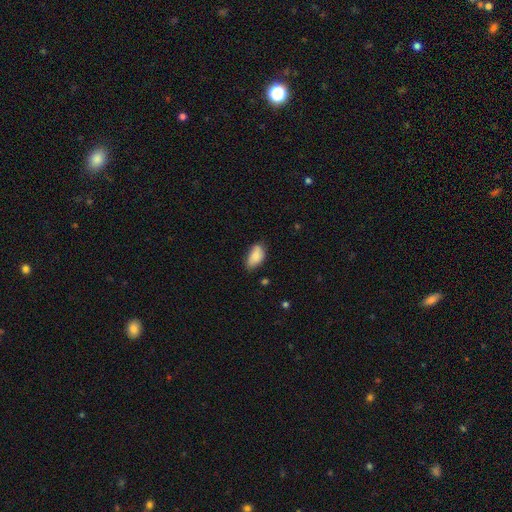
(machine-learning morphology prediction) smooth_or_featured: smooth (p=0.85) [alt: featured or disk p=0.08]
how_rounded: in between (p=0.93) [alt: round p=0.04]
merging: none (p=0.65) [alt: minor disturbance p=0.29]